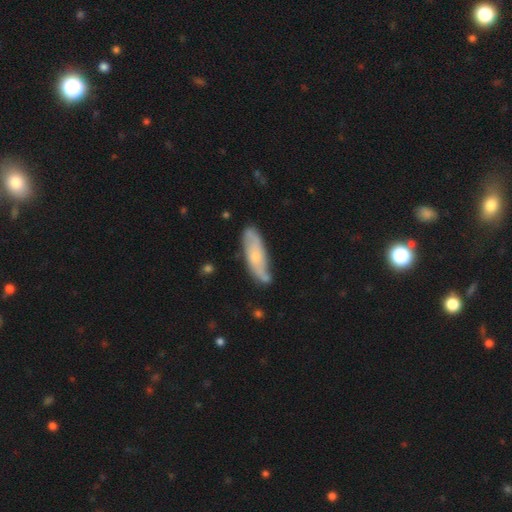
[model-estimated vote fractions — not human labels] Smooth or featured?
  - featured or disk: 51% *
  - smooth: 43%
  - star or artifact: 6%
Edge-on disk?
  - no: 72% *
  - yes: 28%
Merging?
  - none: 73% *
  - minor disturbance: 19%
  - major disturbance: 4%
  - merger: 4%